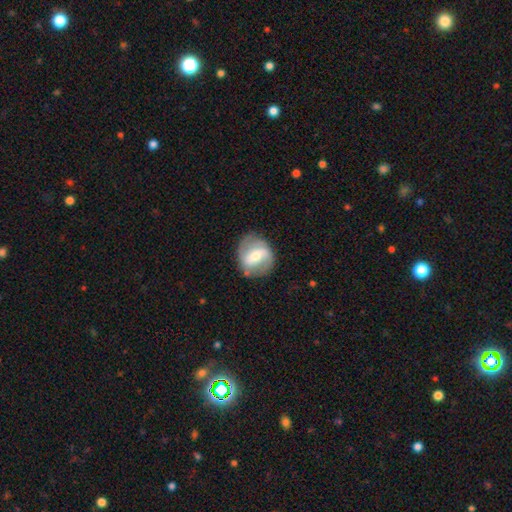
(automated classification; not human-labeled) smooth-or-featured: featured or disk: 70% | smooth: 24% | star or artifact: 6%
  disk-edge-on: no: 97% | yes: 3%
    bar: weak: 43% | strong: 38% | no: 19%
    has-spiral-arms: yes: 83% | no: 17%
      spiral-winding: medium: 43% | loose: 35% | tight: 22%
      spiral-arm-count: 2: 83% | can't tell: 9% | 1: 4% | 3: 2% | 4: 1% | more than 4: 1%
    bulge-size: moderate: 56% | small: 36% | large: 5% | none: 2% | dominant: 1%
  merging: none: 76% | minor disturbance: 16% | major disturbance: 6% | merger: 2%